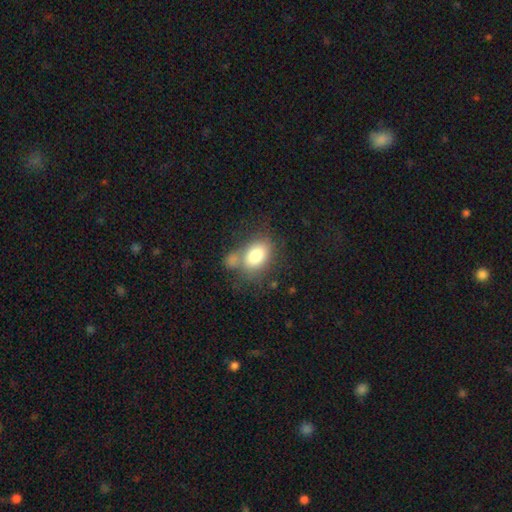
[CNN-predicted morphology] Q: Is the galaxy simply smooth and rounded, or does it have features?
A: smooth — 79%.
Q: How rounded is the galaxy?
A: in between — 79%.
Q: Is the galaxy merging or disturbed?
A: none — 49%.